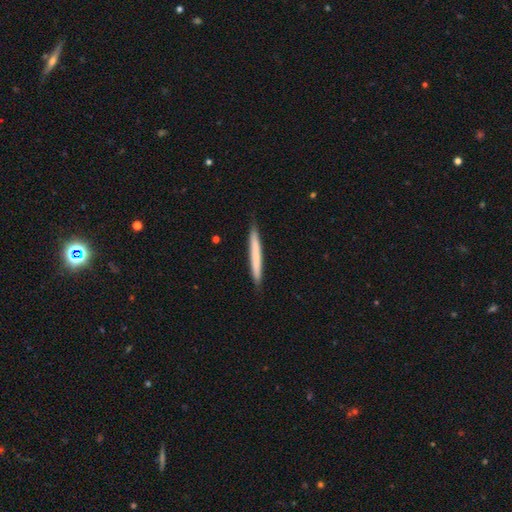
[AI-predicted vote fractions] This is likely a smooth galaxy (65%). How rounded: clearly cigar-shaped (97%). Merging: clearly none (88%).